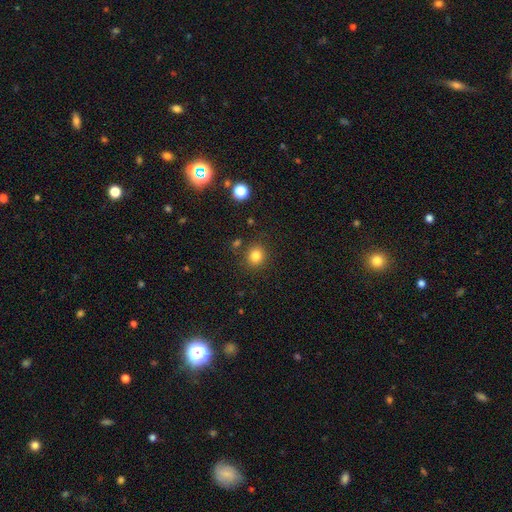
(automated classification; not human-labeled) smooth 83%, star or artifact 12%, featured or disk 5%. Down the decision tree: how rounded — round (83%); merging — none (85%).